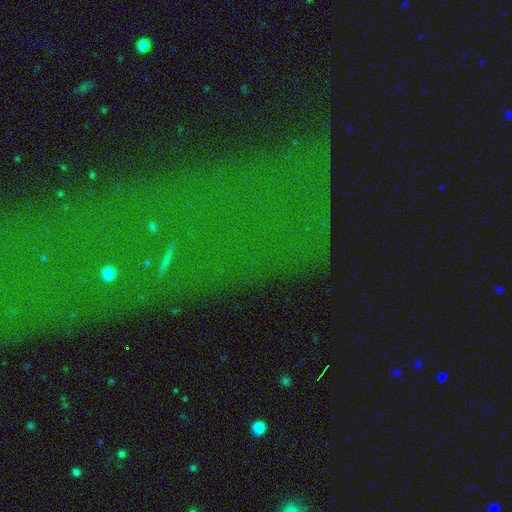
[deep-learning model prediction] The model was most divided on "smooth or featured": star or artifact: 73%, featured or disk: 14%, smooth: 13%.